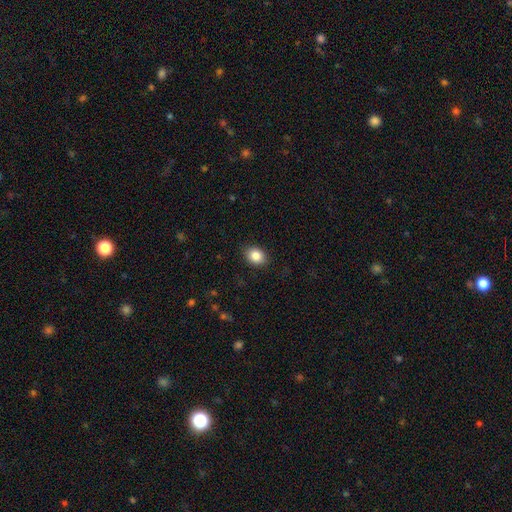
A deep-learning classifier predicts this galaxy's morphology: smooth 86%, star or artifact 9%, featured or disk 5%. Down the decision tree: how rounded — in between (53%); merging — none (88%).